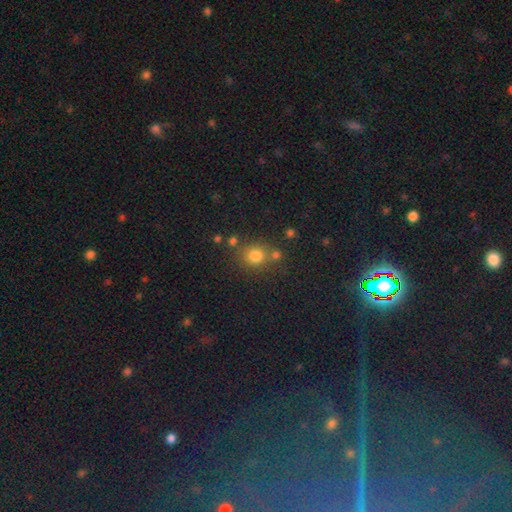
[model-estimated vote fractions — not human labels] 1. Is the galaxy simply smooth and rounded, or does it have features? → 76% smooth, 17% star or artifact, 7% featured or disk.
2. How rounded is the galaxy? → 83% round, 16% in between, 1% cigar-shaped.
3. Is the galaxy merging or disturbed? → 68% none, 16% merger, 11% minor disturbance, 4% major disturbance.